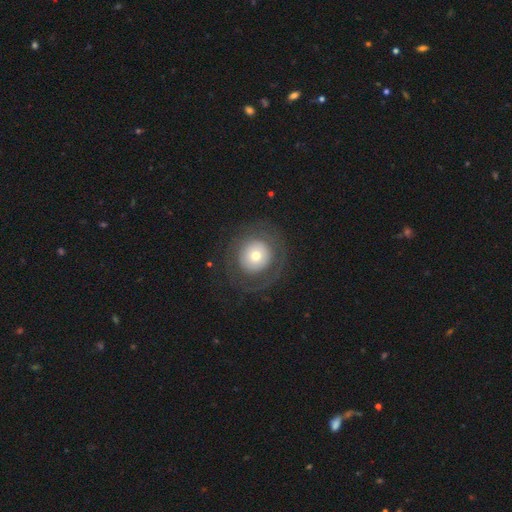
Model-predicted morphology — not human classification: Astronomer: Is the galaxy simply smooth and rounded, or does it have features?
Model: smooth — 51% (runner-up: featured or disk, 41%).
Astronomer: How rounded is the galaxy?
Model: round — 92%.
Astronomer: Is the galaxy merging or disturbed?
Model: none — 77%.